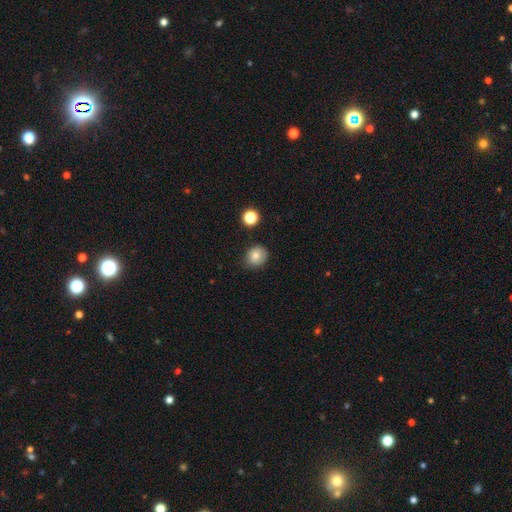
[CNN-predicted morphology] This appears to be a smooth galaxy with no disk features (79%) that is round (77%). Merging: none (76%).